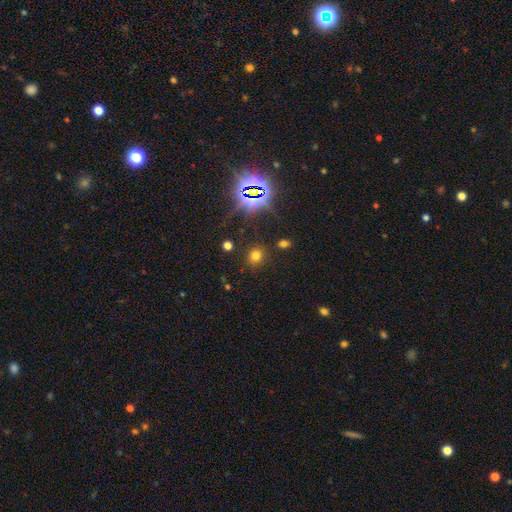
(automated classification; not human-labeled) Smooth or featured: smooth — 65% (star or artifact — 28%)
How rounded: round — 77% (in between — 22%)
Merging: none — 84% (minor disturbance — 9%)